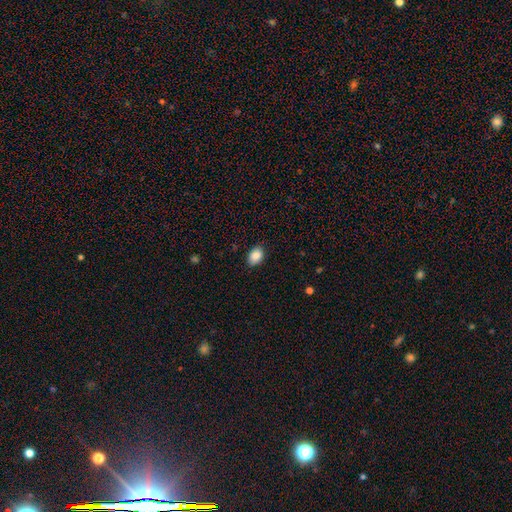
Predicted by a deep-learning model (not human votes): The model was most divided on "how rounded": in between: 84%, round: 15%, cigar-shaped: 1%. More confident: smooth or featured — smooth (88%); merging — none (87%).